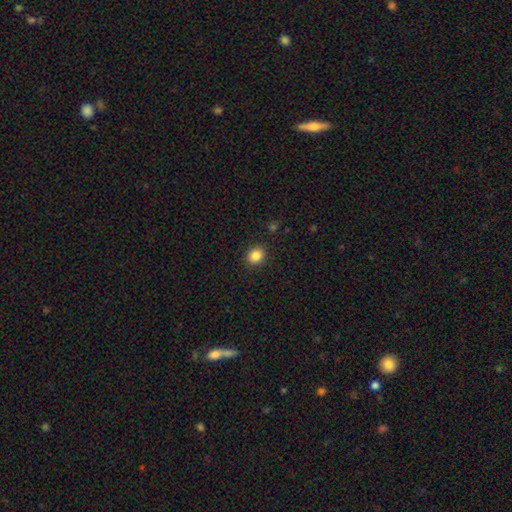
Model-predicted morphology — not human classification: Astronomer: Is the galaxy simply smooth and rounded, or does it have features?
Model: smooth — 86%.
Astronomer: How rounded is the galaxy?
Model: round — 70%.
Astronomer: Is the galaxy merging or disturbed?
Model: none — 89%.